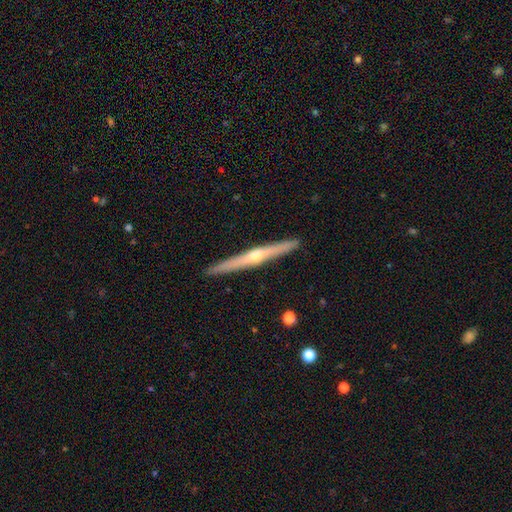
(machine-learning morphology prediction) Smooth or featured: featured or disk — 75% (smooth — 20%)
Edge-on disk: yes — 97% (no — 3%)
Edge-on bulge: rounded — 85% (none — 13%)
Merging: none — 92% (minor disturbance — 6%)